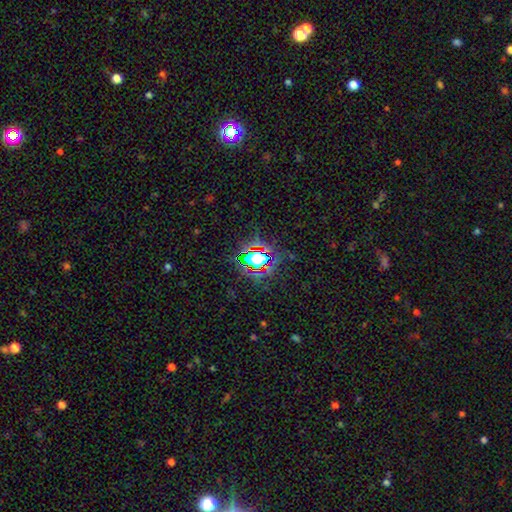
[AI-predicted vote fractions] Q: Smooth or featured?
A: star or artifact (67%); runner-up: smooth (21%)